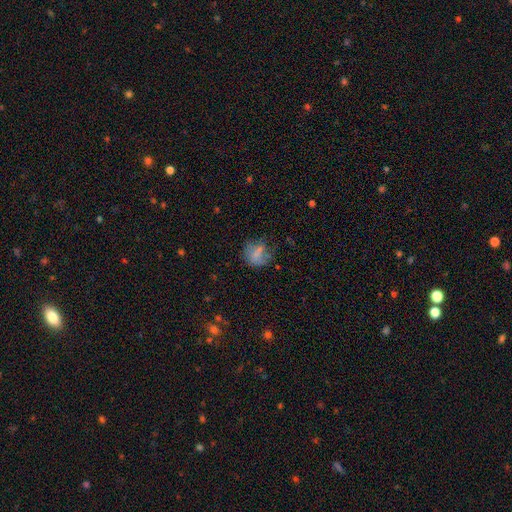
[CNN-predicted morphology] Smooth or featured: smooth — 64% (featured or disk — 23%)
How rounded: round — 60% (in between — 38%)
Merging: none — 47% (minor disturbance — 26%)